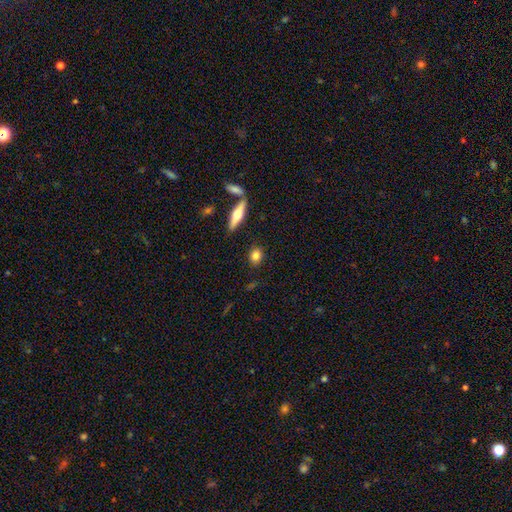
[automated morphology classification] Overall: smooth (80%). How rounded: round (51%; in between 43%). Merging: none (85%).